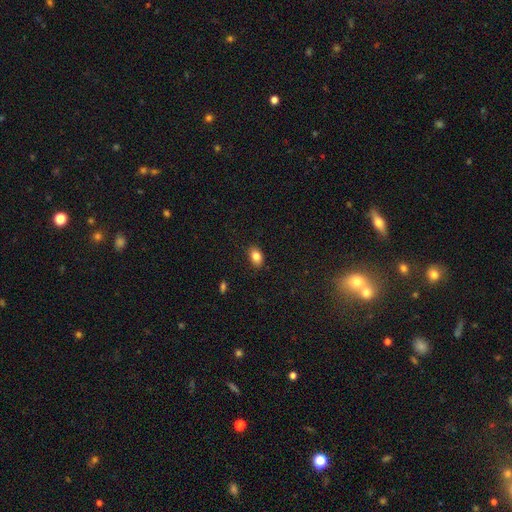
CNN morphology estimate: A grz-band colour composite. It shows a smooth galaxy with no disk features (83%) that is in between round and cigar-shaped (85%). Merging: none (86%).